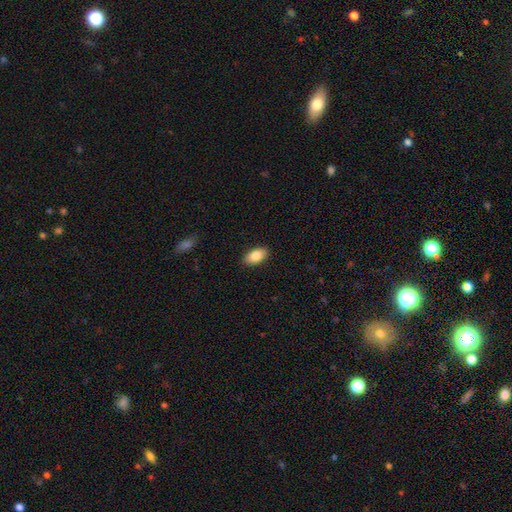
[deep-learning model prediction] smooth_or_featured: smooth (p=0.86) [alt: featured or disk p=0.07]
how_rounded: in between (p=0.93) [alt: round p=0.04]
merging: none (p=0.89) [alt: minor disturbance p=0.08]